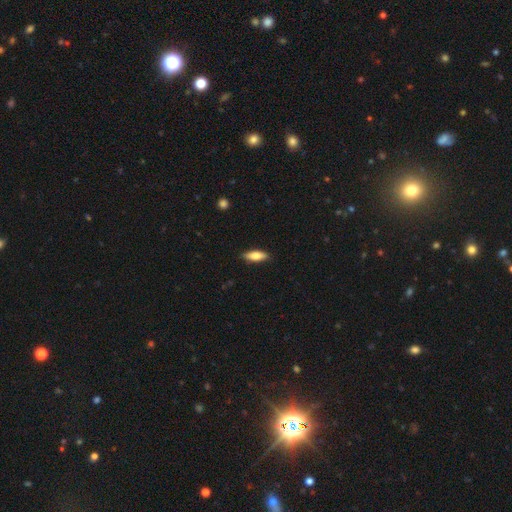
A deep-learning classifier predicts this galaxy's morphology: smooth 74%, featured or disk 20%, star or artifact 6%. Down the decision tree: how rounded — in between (64%); merging — none (86%).